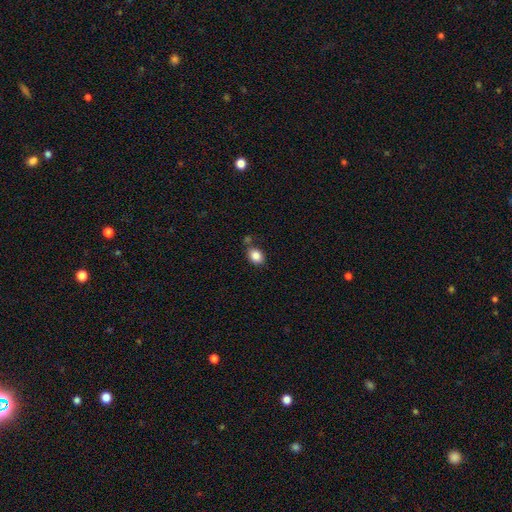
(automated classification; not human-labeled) smooth_or_featured: smooth (p=0.86) [alt: star or artifact p=0.09]
how_rounded: in between (p=0.59) [alt: round p=0.40]
merging: none (p=0.70) [alt: minor disturbance p=0.14]